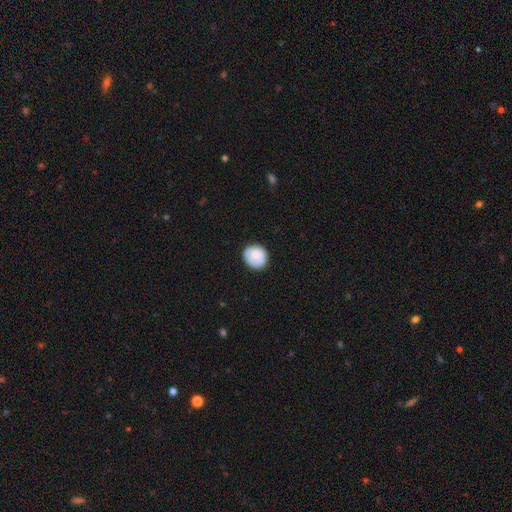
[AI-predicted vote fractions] A smooth galaxy with no disk features (79%) that is round (77%).

Vote fractions:
- Smooth or featured? smooth: 79% / featured or disk: 14% / star or artifact: 7%
- How rounded? round: 77% / in between: 22% / cigar-shaped: 1%
- Merging? none: 80% / minor disturbance: 16% / major disturbance: 3% / merger: 1%